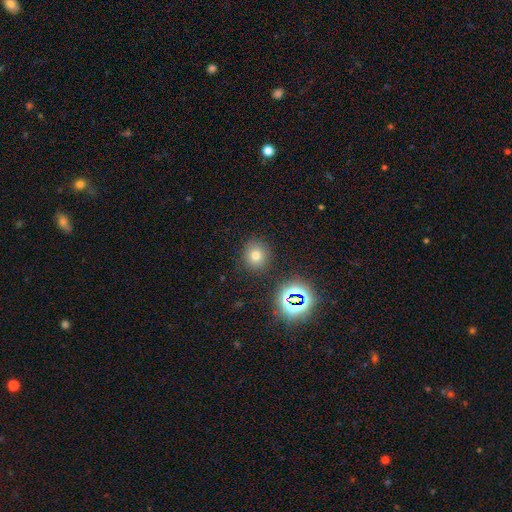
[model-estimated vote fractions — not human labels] Smooth or featured? smooth (70%)
How rounded? round (83%)
Merging? none (86%)